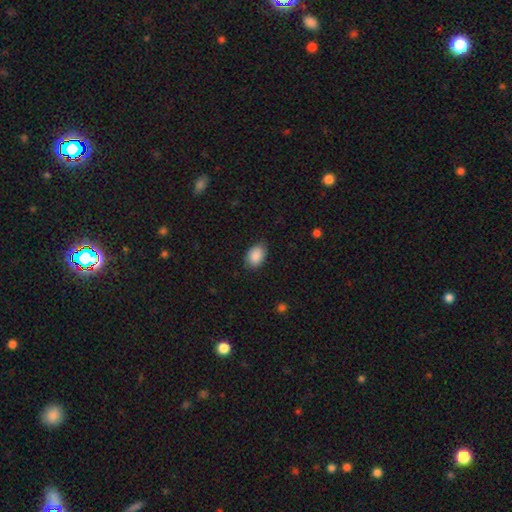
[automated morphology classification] smooth 89%, star or artifact 7%, featured or disk 4%. Down the decision tree: how rounded — in between (84%); merging — none (82%).